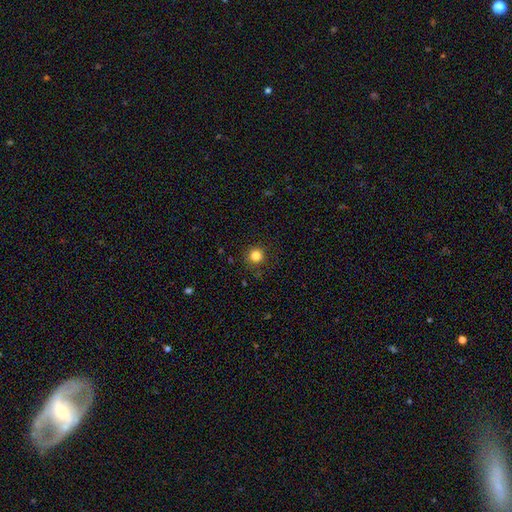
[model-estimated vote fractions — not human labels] This appears to be a smooth galaxy with no disk features (83%) that is round (94%). Merging: none (89%).